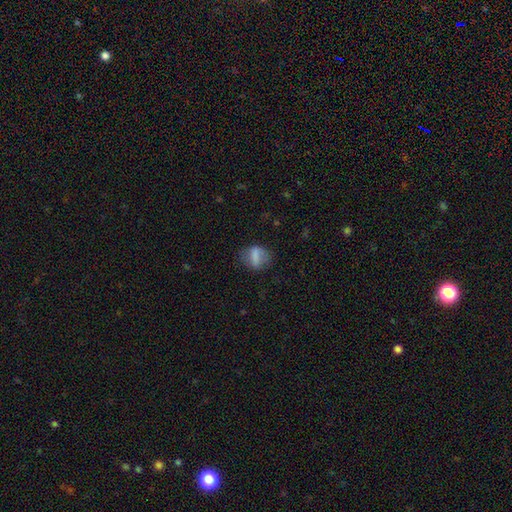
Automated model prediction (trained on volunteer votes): Morphology: type=smooth (70%); roundness=in between (57%); merging=none (66%).